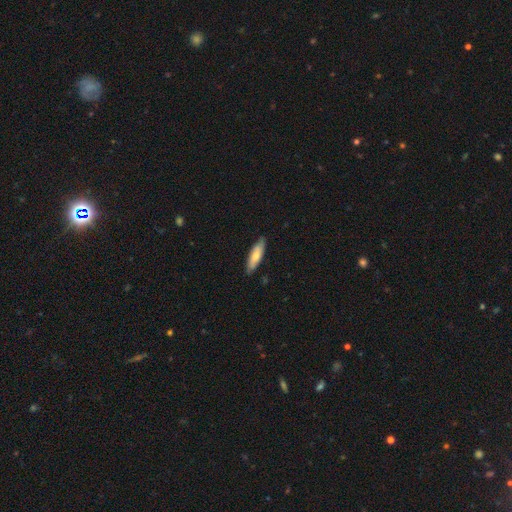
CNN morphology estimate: smooth 67%, featured or disk 28%, star or artifact 6%. Down the decision tree: how rounded — cigar-shaped (61%); merging — none (85%).